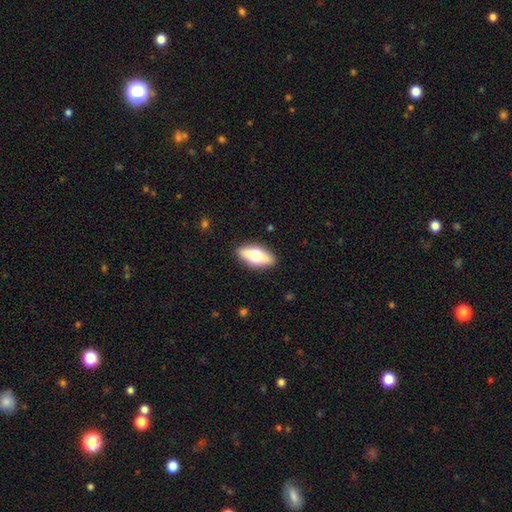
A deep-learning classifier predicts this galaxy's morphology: type=smooth (60%); roundness=in between (79%); merging=none (88%).